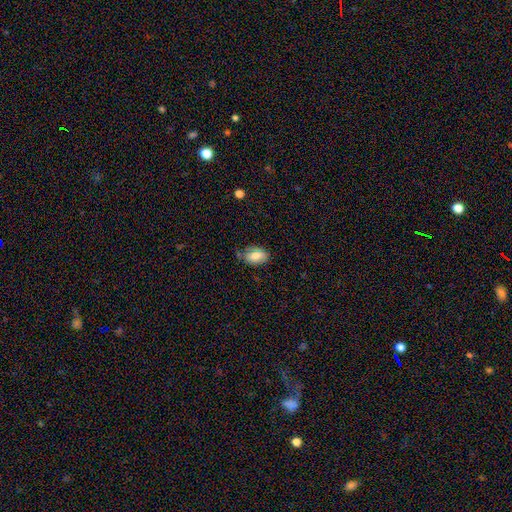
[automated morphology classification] This is likely a smooth galaxy (75%). How rounded: clearly in between (87%). Merging: likely none (68%).